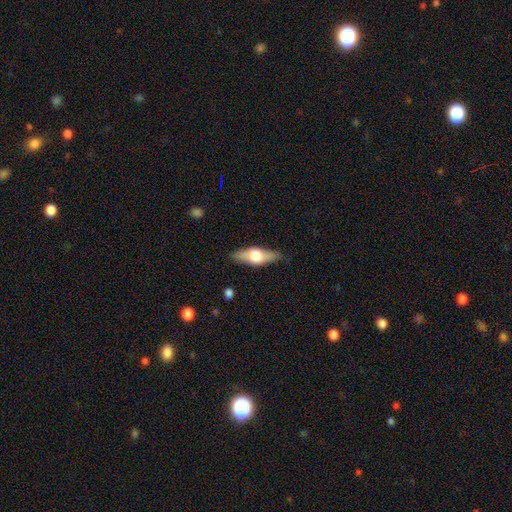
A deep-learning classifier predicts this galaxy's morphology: The model was most divided on "smooth or featured": featured or disk: 49%, smooth: 45%, star or artifact: 6%. More confident: merging — none (83%).